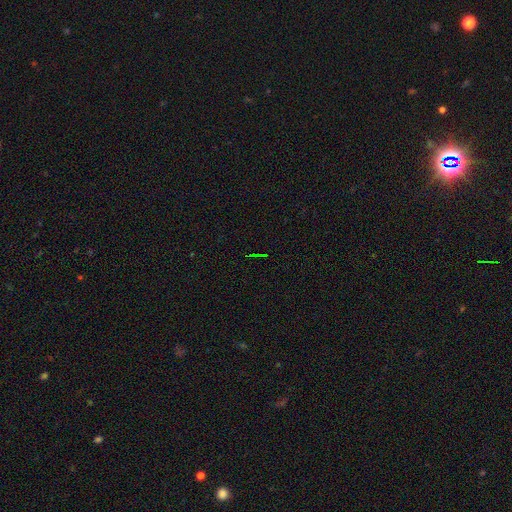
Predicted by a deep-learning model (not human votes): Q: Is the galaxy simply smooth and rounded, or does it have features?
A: star or artifact — 74%.